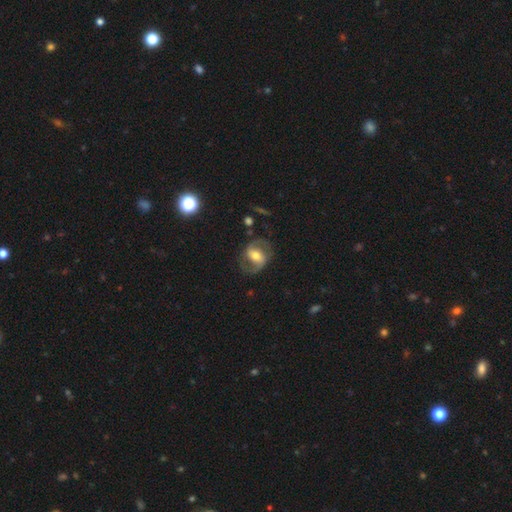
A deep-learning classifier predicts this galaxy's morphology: featured or disk 76%, smooth 18%, star or artifact 6%. Down the decision tree: edge-on disk — no (96%); bar — weak (41%); spiral arms — yes (88%); spiral arm count — 2 (89%); spiral winding — medium (53%); bulge size — moderate (66%); merging — none (74%).